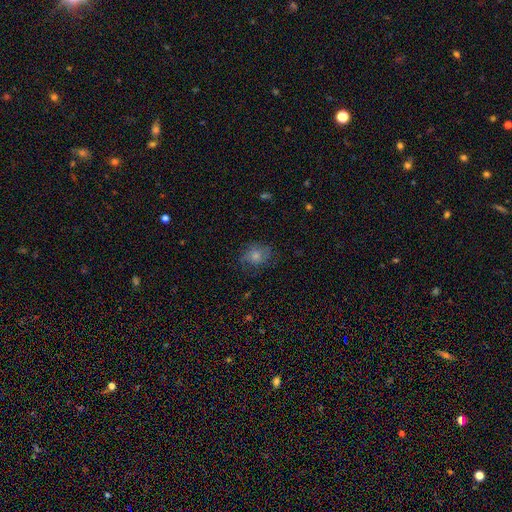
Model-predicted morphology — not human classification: Smooth or featured?
  - smooth: 60% *
  - featured or disk: 29%
  - star or artifact: 10%
How rounded?
  - round: 57% *
  - in between: 42%
  - cigar-shaped: 1%
Merging?
  - none: 66% *
  - minor disturbance: 22%
  - major disturbance: 11%
  - merger: 1%